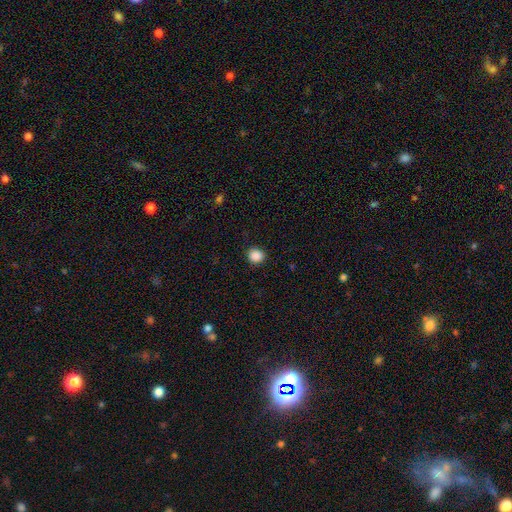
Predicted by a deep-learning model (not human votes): Smooth or featured?
  - smooth: 88% *
  - star or artifact: 10%
  - featured or disk: 2%
How rounded?
  - round: 87% *
  - in between: 12%
  - cigar-shaped: 1%
Merging?
  - none: 90% *
  - minor disturbance: 7%
  - major disturbance: 2%
  - merger: 1%